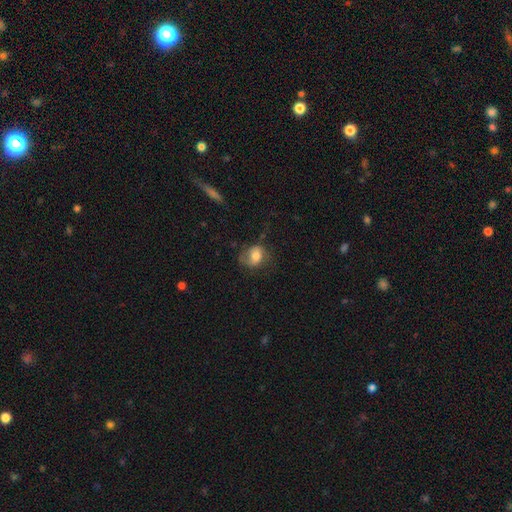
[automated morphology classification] Smooth or featured: smooth — 68% (featured or disk — 23%)
How rounded: in between — 53% (round — 45%)
Merging: none — 50% (minor disturbance — 29%)